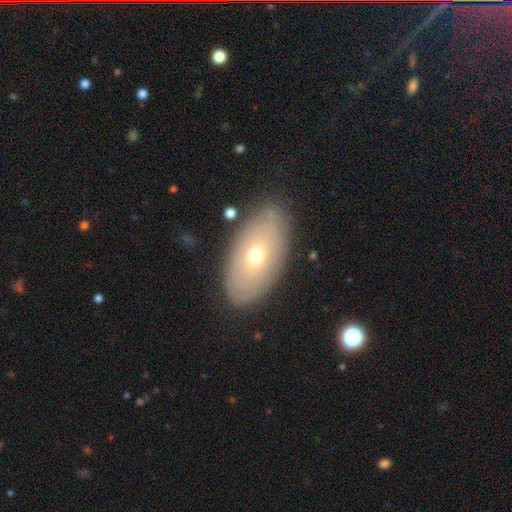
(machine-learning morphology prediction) Q: Smooth or featured?
A: smooth (49%); runner-up: featured or disk (44%)
Q: Merging?
A: none (84%); runner-up: minor disturbance (11%)